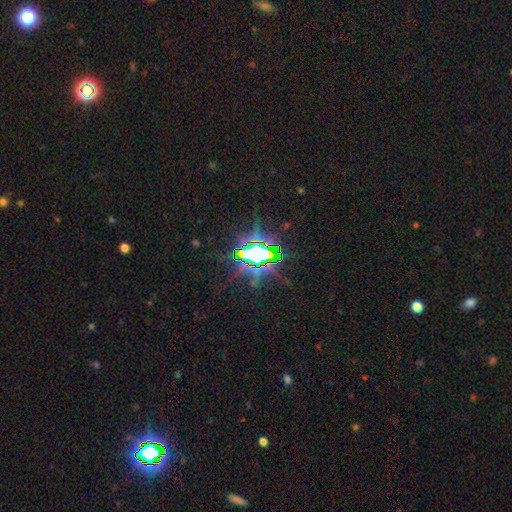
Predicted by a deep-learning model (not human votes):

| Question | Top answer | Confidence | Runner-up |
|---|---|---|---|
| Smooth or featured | star or artifact | 78% | featured or disk (12%) |